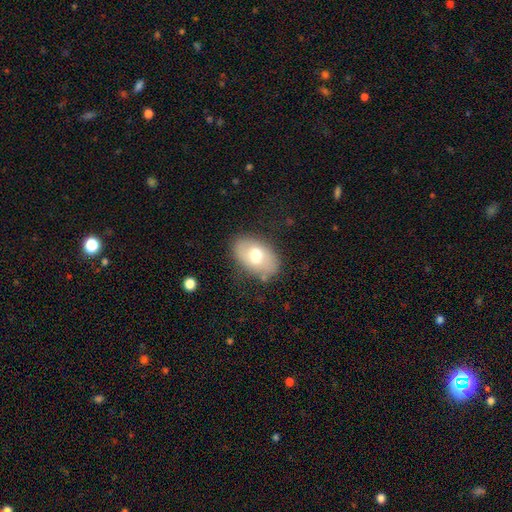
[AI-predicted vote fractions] smooth 65%, featured or disk 28%, star or artifact 7%. Down the decision tree: how rounded — in between (87%); merging — none (78%).